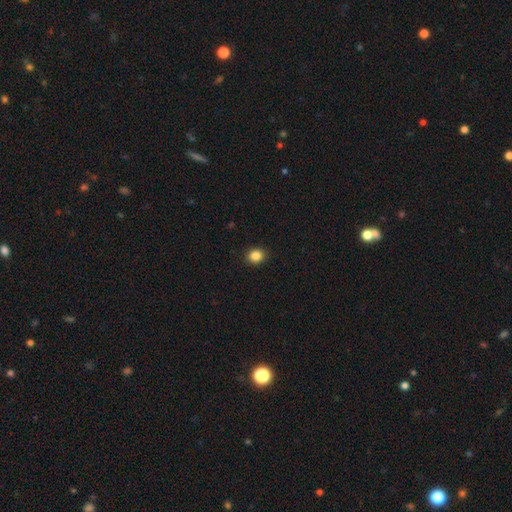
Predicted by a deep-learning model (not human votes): A smooth galaxy with no disk features (86%) that is round (72%).

Vote fractions:
- Smooth or featured? smooth: 86% / star or artifact: 10% / featured or disk: 4%
- How rounded? round: 72% / in between: 27% / cigar-shaped: 1%
- Merging? none: 91% / minor disturbance: 6% / major disturbance: 2% / merger: 1%